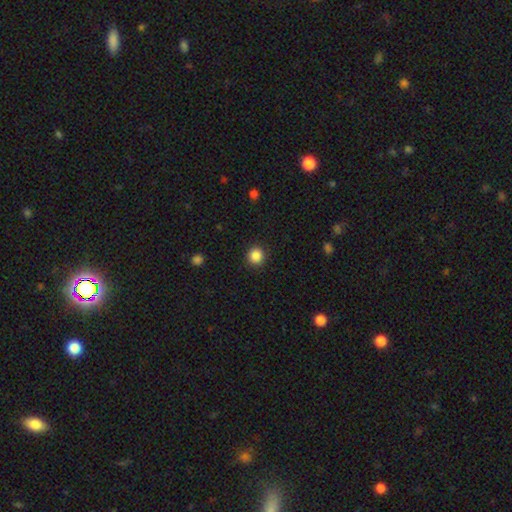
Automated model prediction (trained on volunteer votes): Smooth or featured?
  - smooth: 87% *
  - star or artifact: 10%
  - featured or disk: 3%
How rounded?
  - round: 92% *
  - in between: 7%
  - cigar-shaped: 1%
Merging?
  - none: 92% *
  - minor disturbance: 5%
  - major disturbance: 2%
  - merger: 1%